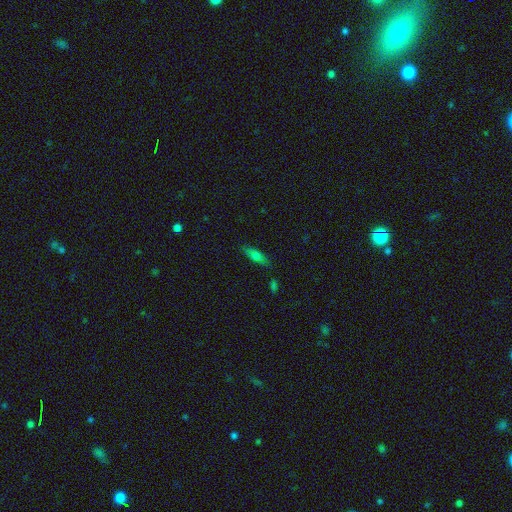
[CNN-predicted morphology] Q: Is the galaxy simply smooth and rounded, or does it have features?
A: smooth — 64%.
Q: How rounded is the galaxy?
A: in between — 53%.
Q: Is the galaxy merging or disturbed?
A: none — 79%.